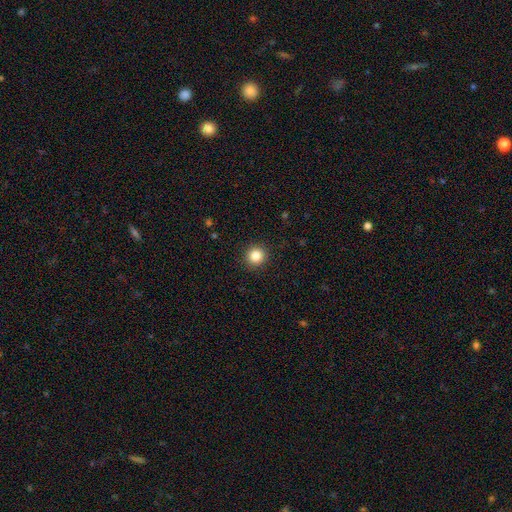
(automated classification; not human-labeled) Smooth or featured: smooth — 85% (star or artifact — 11%)
How rounded: round — 94% (in between — 5%)
Merging: none — 92% (minor disturbance — 5%)